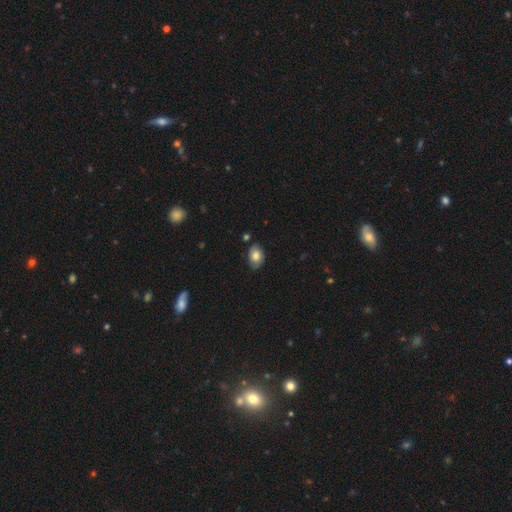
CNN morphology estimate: smooth 77%, featured or disk 15%, star or artifact 8%. Down the decision tree: how rounded — in between (84%); merging — none (81%).